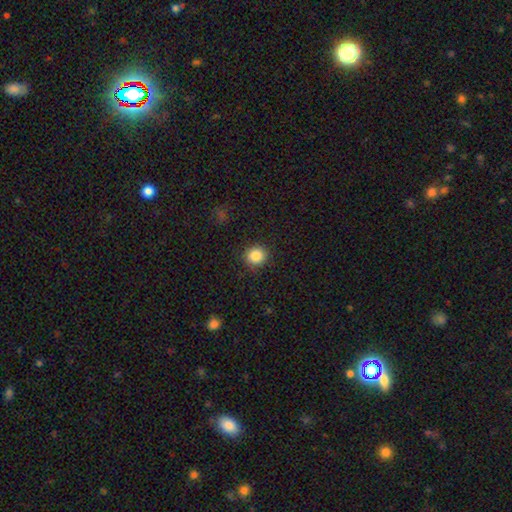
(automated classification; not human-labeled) smooth 85%, star or artifact 10%, featured or disk 4%. Down the decision tree: how rounded — round (90%); merging — none (88%).